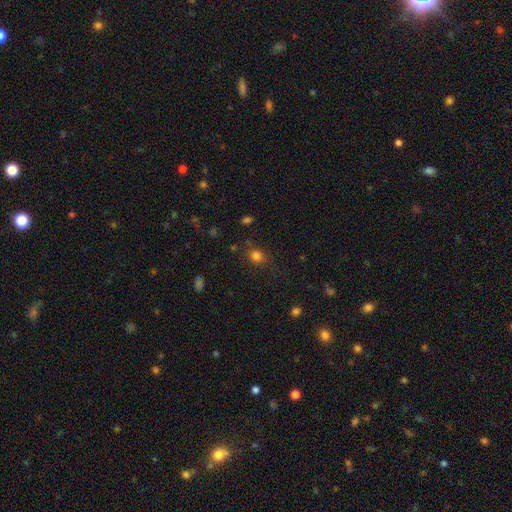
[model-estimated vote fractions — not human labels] smooth_or_featured: smooth (p=0.80) [alt: star or artifact p=0.15]
how_rounded: round (p=0.71) [alt: in between p=0.28]
merging: none (p=0.79) [alt: minor disturbance p=0.14]